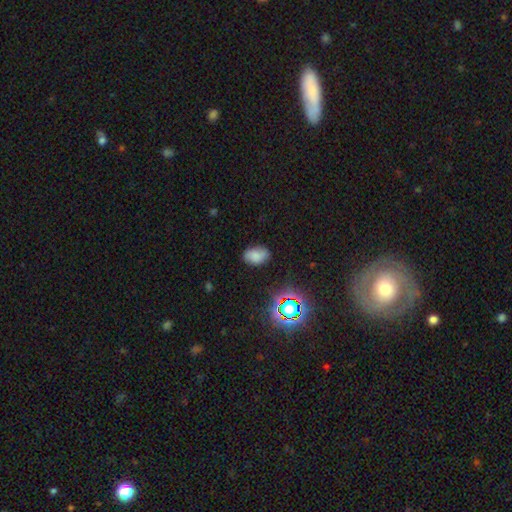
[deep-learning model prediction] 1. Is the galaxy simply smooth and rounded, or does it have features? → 74% smooth, 16% star or artifact, 10% featured or disk.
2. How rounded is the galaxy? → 88% in between, 11% round, 1% cigar-shaped.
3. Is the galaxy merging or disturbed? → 76% none, 18% minor disturbance, 4% major disturbance, 2% merger.